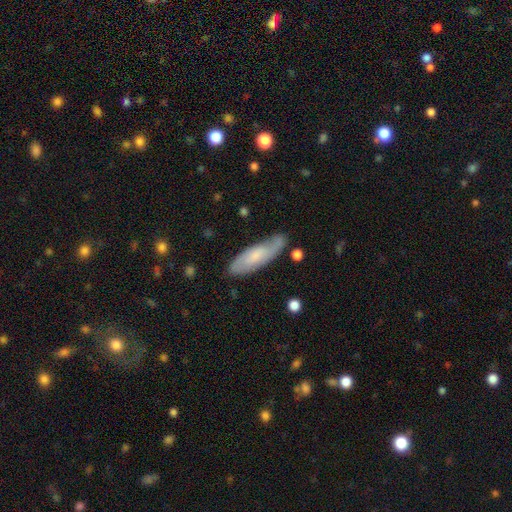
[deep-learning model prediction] The model was most divided on "how rounded": in between: 51%, cigar-shaped: 47%, round: 2%. More confident: merging — none (76%); smooth or featured — smooth (53%).